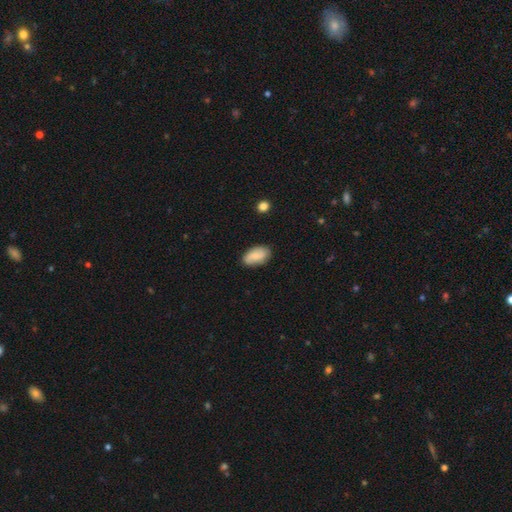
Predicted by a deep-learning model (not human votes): smooth 76%, featured or disk 17%, star or artifact 7%. Down the decision tree: how rounded — in between (93%); merging — none (80%).